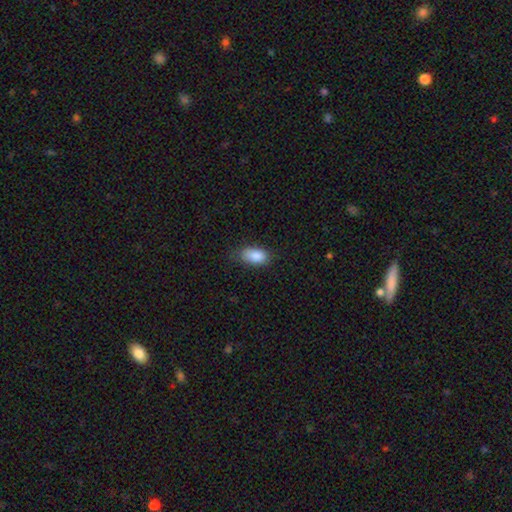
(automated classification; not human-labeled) This appears to be a smooth galaxy with no disk features (87%) that is in between round and cigar-shaped (92%). Merging: none (69%).